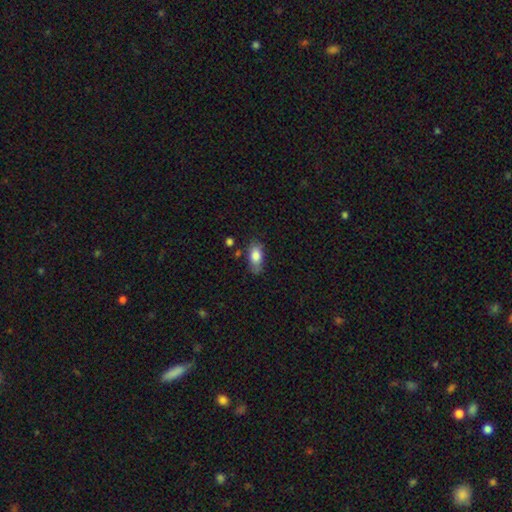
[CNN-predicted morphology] A smooth galaxy with no disk features (80%) that is in between round and cigar-shaped (86%).

Vote fractions:
- Smooth or featured? smooth: 80% / featured or disk: 13% / star or artifact: 7%
- How rounded? in between: 86% / cigar-shaped: 8% / round: 5%
- Merging? none: 64% / minor disturbance: 26% / major disturbance: 6% / merger: 4%